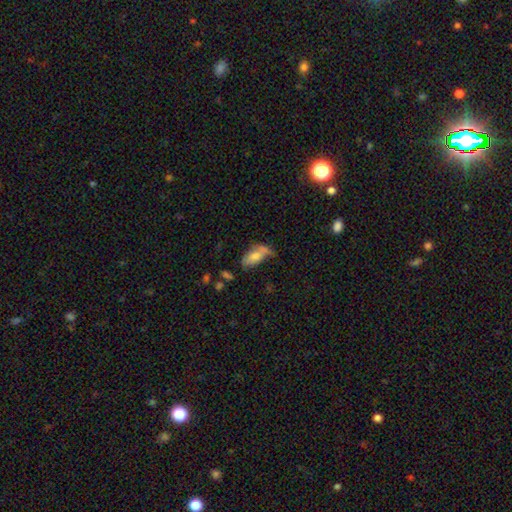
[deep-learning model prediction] This is likely a smooth galaxy (70%). How rounded: clearly in between (87%). Merging: marginally none (38%).